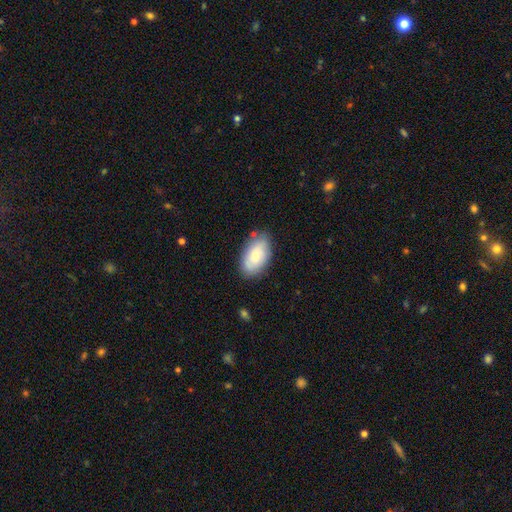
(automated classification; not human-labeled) Q: Smooth or featured?
A: smooth (65%); runner-up: featured or disk (29%)
Q: How rounded?
A: in between (93%); runner-up: round (5%)
Q: Merging?
A: none (78%); runner-up: minor disturbance (16%)